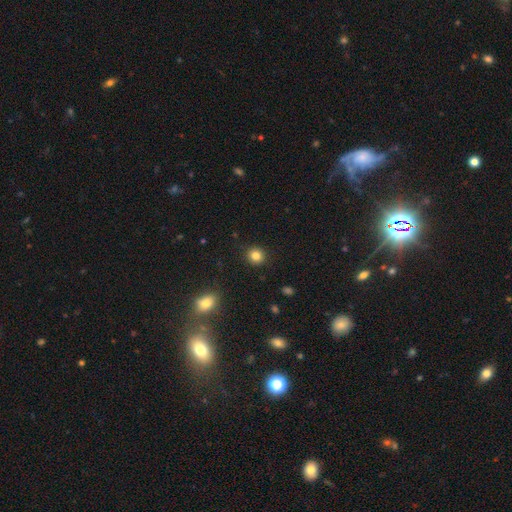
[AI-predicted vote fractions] Q: Smooth or featured?
A: smooth (83%); runner-up: star or artifact (11%)
Q: How rounded?
A: round (88%); runner-up: in between (11%)
Q: Merging?
A: none (91%); runner-up: minor disturbance (6%)